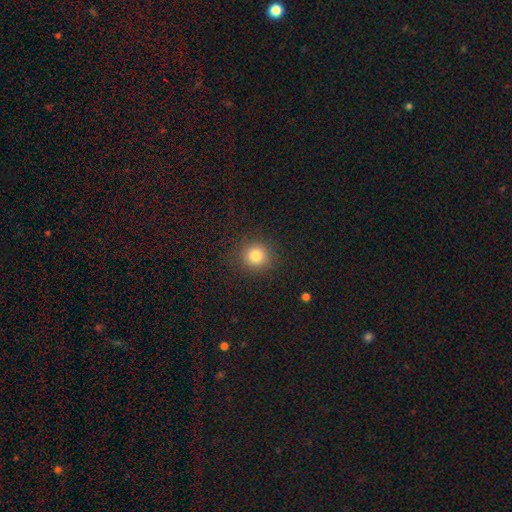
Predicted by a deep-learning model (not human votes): A smooth galaxy with no disk features (81%) that is round (92%).

Vote fractions:
- Smooth or featured? smooth: 81% / star or artifact: 13% / featured or disk: 6%
- How rounded? round: 92% / in between: 7% / cigar-shaped: 1%
- Merging? none: 90% / minor disturbance: 6% / major disturbance: 3% / merger: 1%